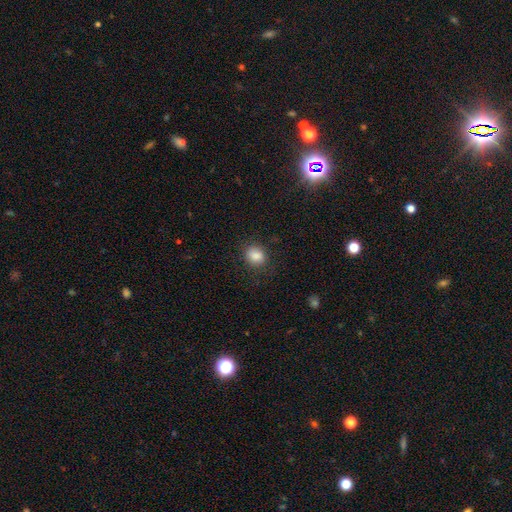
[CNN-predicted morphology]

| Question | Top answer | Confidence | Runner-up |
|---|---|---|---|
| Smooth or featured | smooth | 86% | star or artifact (10%) |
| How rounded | round | 60% | in between (39%) |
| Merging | none | 83% | minor disturbance (12%) |